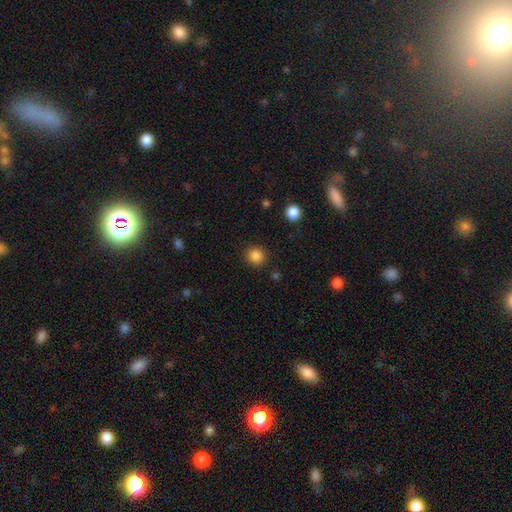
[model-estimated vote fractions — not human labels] smooth_or_featured: smooth (p=0.85) [alt: star or artifact p=0.11]
how_rounded: round (p=0.90) [alt: in between p=0.09]
merging: none (p=0.90) [alt: minor disturbance p=0.06]